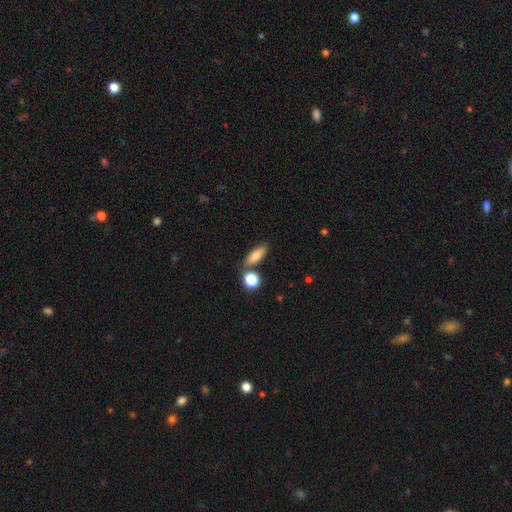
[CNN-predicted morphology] Q: Smooth or featured?
A: smooth (80%); runner-up: featured or disk (11%)
Q: How rounded?
A: in between (63%); runner-up: cigar-shaped (29%)
Q: Merging?
A: none (74%); runner-up: minor disturbance (12%)